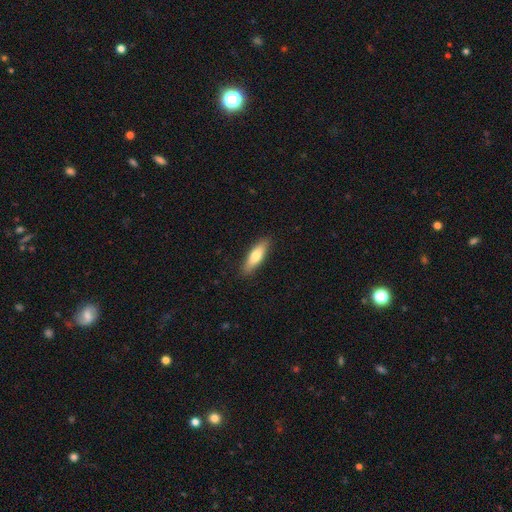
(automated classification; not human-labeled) smooth 72%, featured or disk 22%, star or artifact 6%. Down the decision tree: how rounded — cigar-shaped (54%); merging — none (88%).